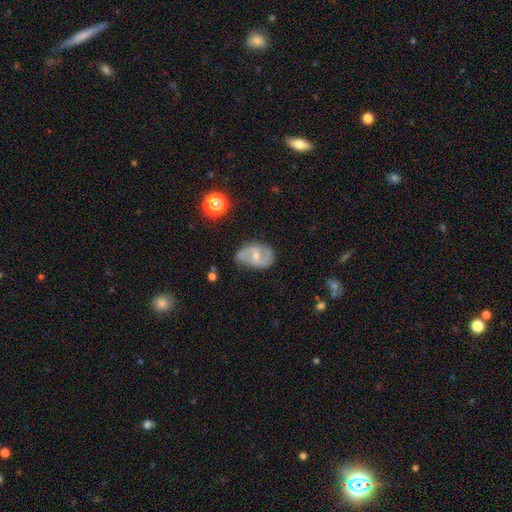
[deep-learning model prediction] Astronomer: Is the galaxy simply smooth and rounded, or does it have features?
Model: featured or disk — 72%.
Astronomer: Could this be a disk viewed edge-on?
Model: no — 97%.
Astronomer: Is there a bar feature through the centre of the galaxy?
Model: weak — 49% (runner-up: no, 34%).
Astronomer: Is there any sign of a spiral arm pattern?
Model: yes — 87%.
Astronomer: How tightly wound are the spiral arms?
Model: medium — 47% (runner-up: loose, 35%).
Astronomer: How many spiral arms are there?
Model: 2 — 85%.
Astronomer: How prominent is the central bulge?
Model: moderate — 48% (runner-up: small, 47%).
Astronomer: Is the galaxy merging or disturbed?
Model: none — 61%.